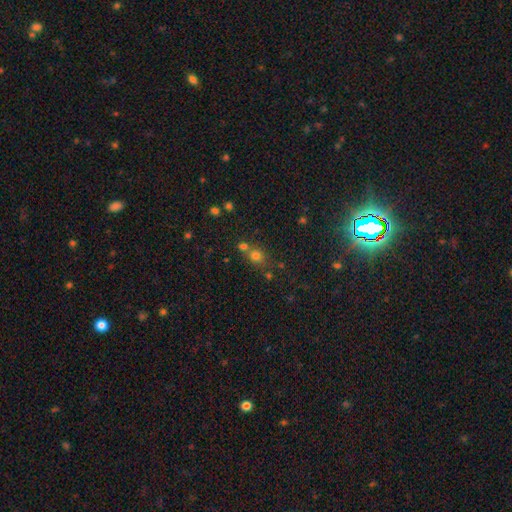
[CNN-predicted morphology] smooth_or_featured: smooth (p=0.71) [alt: star or artifact p=0.20]
how_rounded: round (p=0.73) [alt: in between p=0.26]
merging: none (p=0.54) [alt: merger p=0.32]